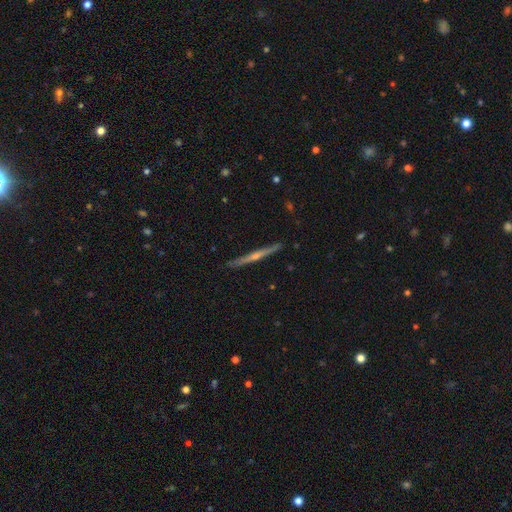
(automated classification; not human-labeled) smooth-or-featured: featured or disk: 74% | smooth: 21% | star or artifact: 6%
  disk-edge-on: yes: 98% | no: 2%
    edge-on-bulge: rounded: 68% | none: 26% | boxy: 6%
  merging: none: 91% | minor disturbance: 7% | major disturbance: 1% | merger: 1%